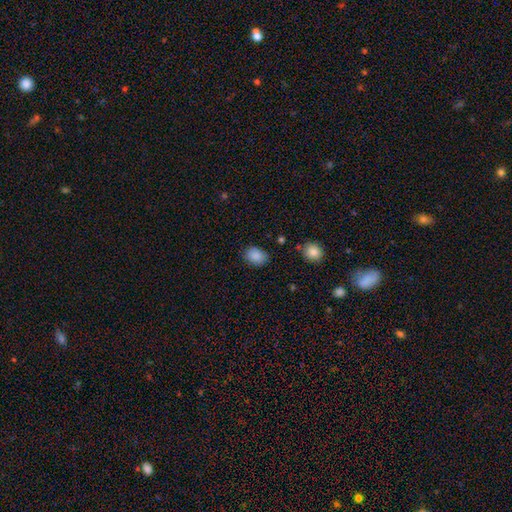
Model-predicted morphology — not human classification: Smooth or featured? smooth (87%)
How rounded? in between (62%)
Merging? none (81%)